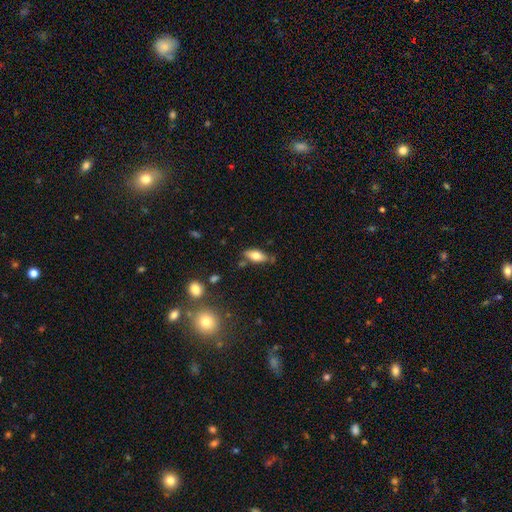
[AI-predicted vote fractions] smooth 67%, featured or disk 25%, star or artifact 8%. Down the decision tree: how rounded — in between (80%); merging — none (75%).